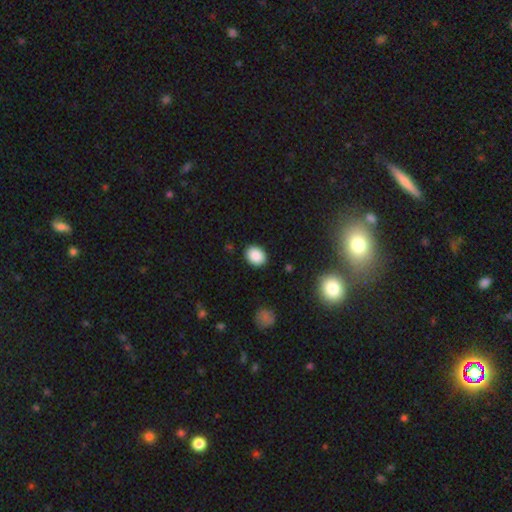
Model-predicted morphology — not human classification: Smooth or featured? Predicted: smooth (p=0.88). How rounded? Predicted: in between (p=0.58). Merging? Predicted: none (p=0.89).